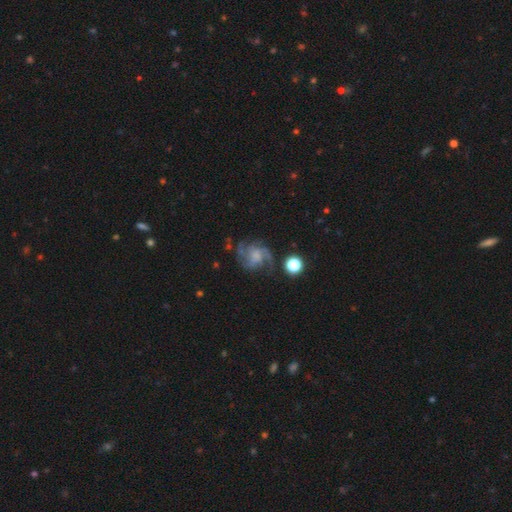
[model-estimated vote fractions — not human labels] Q: Smooth or featured?
A: featured or disk (73%); runner-up: smooth (16%)
Q: Edge-on disk?
A: no (98%); runner-up: yes (2%)
Q: Bar?
A: no (66%); runner-up: weak (28%)
Q: Spiral arms?
A: yes (91%); runner-up: no (9%)
Q: Spiral winding?
A: medium (47%); runner-up: loose (28%)
Q: Spiral arm count?
A: 3 (33%); runner-up: can't tell (22%)
Q: Bulge size?
A: none (44%); runner-up: moderate (22%)
Q: Merging?
A: none (58%); runner-up: minor disturbance (19%)